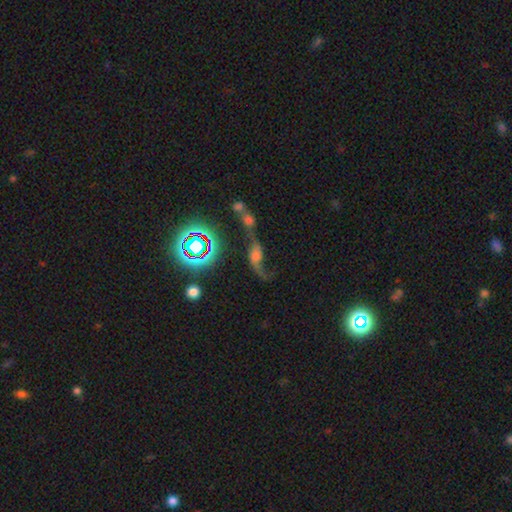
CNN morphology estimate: smooth-or-featured: featured or disk: 58% | smooth: 23% | star or artifact: 19%
  disk-edge-on: no: 87% | yes: 13%
    bar: no: 66% | weak: 23% | strong: 11%
    has-spiral-arms: yes: 82% | no: 18%
    bulge-size: moderate: 26% | none: 25% | large: 22% | small: 18% | dominant: 9%
  merging: none: 31% | merger: 29% | major disturbance: 23% | minor disturbance: 16%